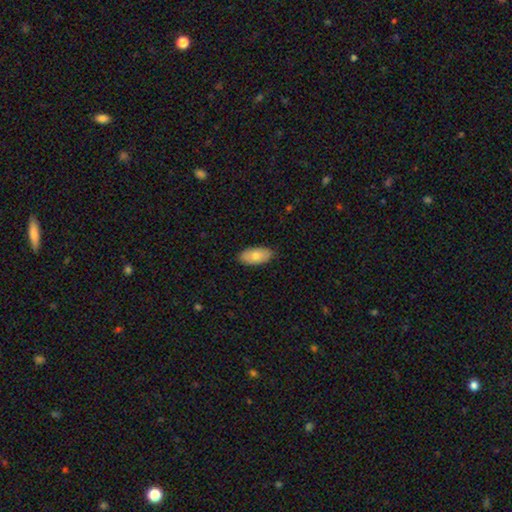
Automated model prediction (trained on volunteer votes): A smooth galaxy with no disk features (71%) that is in between round and cigar-shaped (93%). Merging: none (87%).